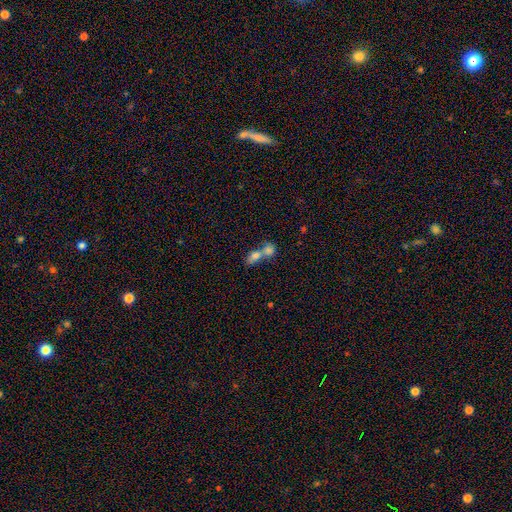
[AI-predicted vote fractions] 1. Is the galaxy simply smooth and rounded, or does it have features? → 76% smooth, 14% featured or disk, 10% star or artifact.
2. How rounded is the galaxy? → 69% in between, 26% round, 5% cigar-shaped.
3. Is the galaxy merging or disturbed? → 73% merger, 17% none, 6% minor disturbance, 4% major disturbance.